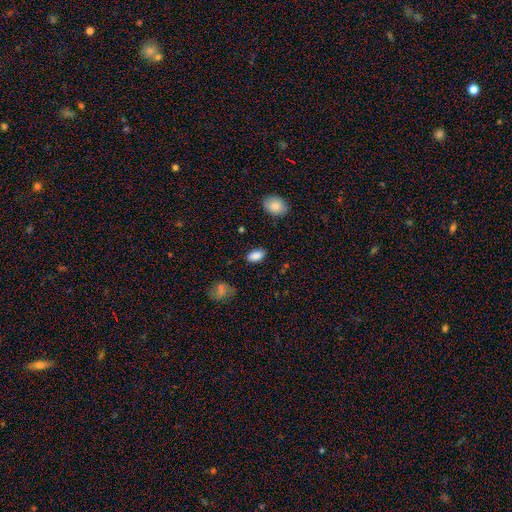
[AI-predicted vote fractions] Smooth or featured?
  - smooth: 87% *
  - star or artifact: 8%
  - featured or disk: 5%
How rounded?
  - in between: 93% *
  - round: 4%
  - cigar-shaped: 3%
Merging?
  - none: 85% *
  - minor disturbance: 11%
  - major disturbance: 3%
  - merger: 2%